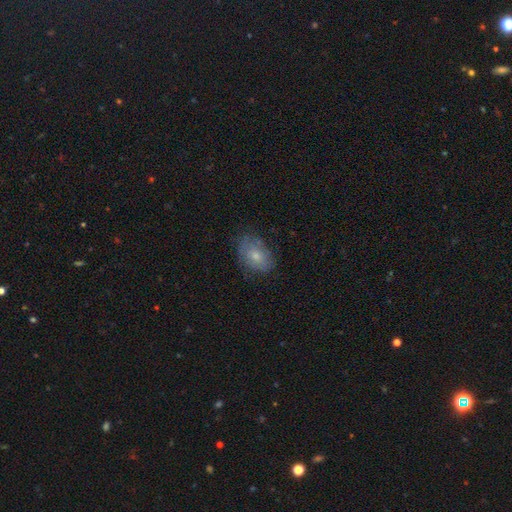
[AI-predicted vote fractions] A smooth galaxy with no disk features (68%) that is in between round and cigar-shaped (80%). Merging: none (68%).